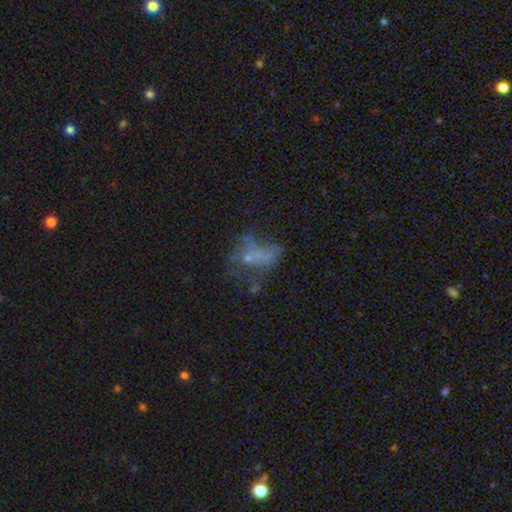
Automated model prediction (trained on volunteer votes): featured or disk 43%, smooth 34%, star or artifact 24%. Down the decision tree: merging — major disturbance (37%).